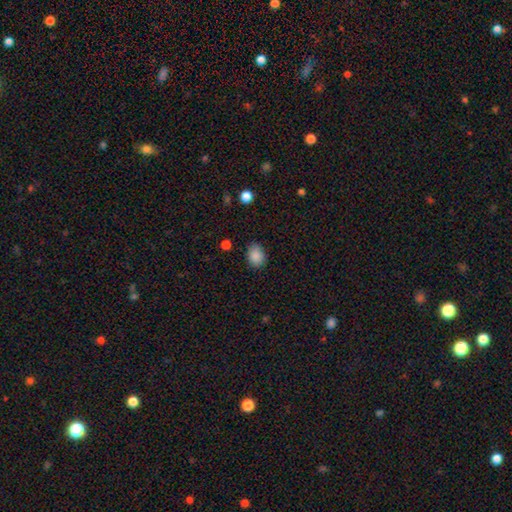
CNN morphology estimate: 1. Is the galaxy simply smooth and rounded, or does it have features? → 87% smooth, 9% star or artifact, 4% featured or disk.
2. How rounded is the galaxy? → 63% in between, 36% round, 1% cigar-shaped.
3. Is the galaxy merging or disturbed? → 79% none, 16% minor disturbance, 3% major disturbance, 1% merger.